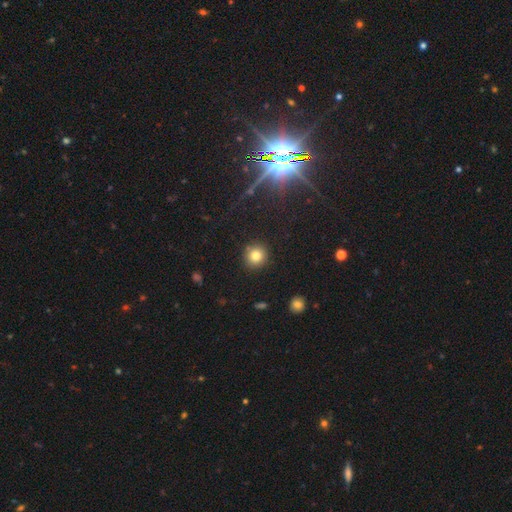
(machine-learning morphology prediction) This is likely a smooth galaxy (80%). How rounded: clearly round (91%). Merging: clearly none (90%).